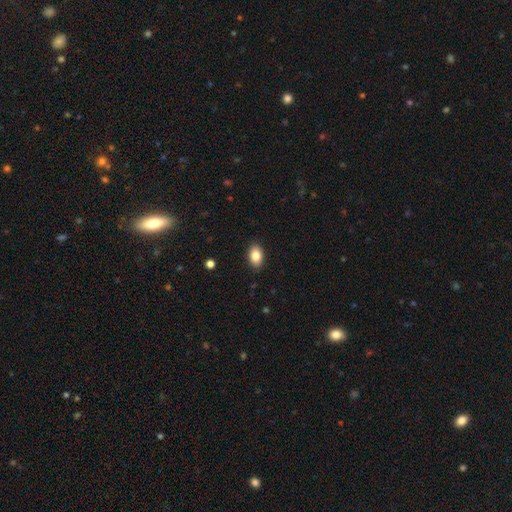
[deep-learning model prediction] smooth-or-featured: smooth: 85% | star or artifact: 8% | featured or disk: 7%
  how-rounded: in between: 89% | round: 9% | cigar-shaped: 1%
  merging: none: 89% | minor disturbance: 8% | major disturbance: 2% | merger: 1%